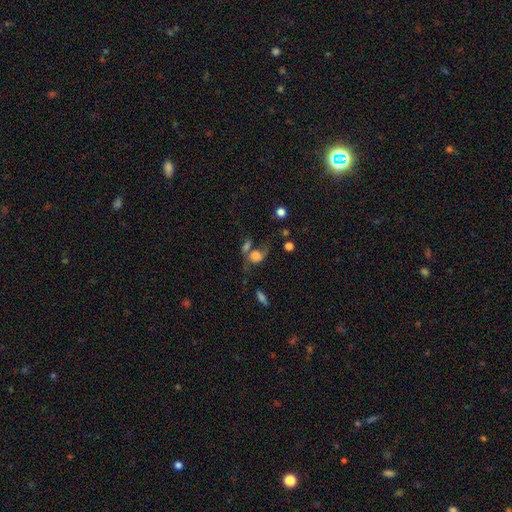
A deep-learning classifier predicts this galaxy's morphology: Smooth or featured? Predicted: smooth (p=0.50). How rounded? Predicted: round (p=0.52). Merging? Predicted: merger (p=0.33).